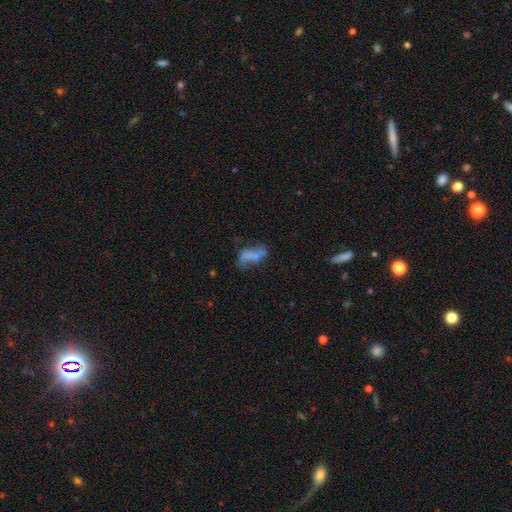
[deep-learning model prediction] featured or disk 49%, smooth 35%, star or artifact 16%. Down the decision tree: merging — none (43%).